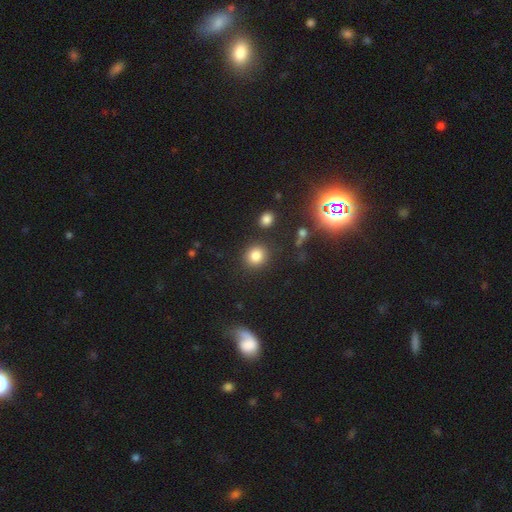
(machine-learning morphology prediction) Smooth or featured: smooth — 82% (star or artifact — 12%)
How rounded: round — 84% (in between — 15%)
Merging: none — 85% (minor disturbance — 8%)